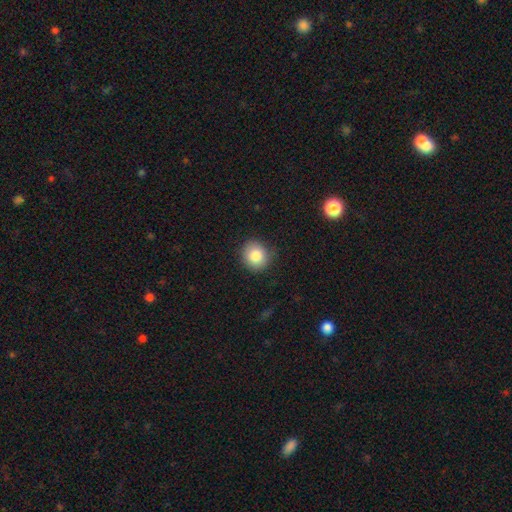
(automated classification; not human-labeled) Overall: smooth (84%). How rounded: round (84%). Merging: none (85%).